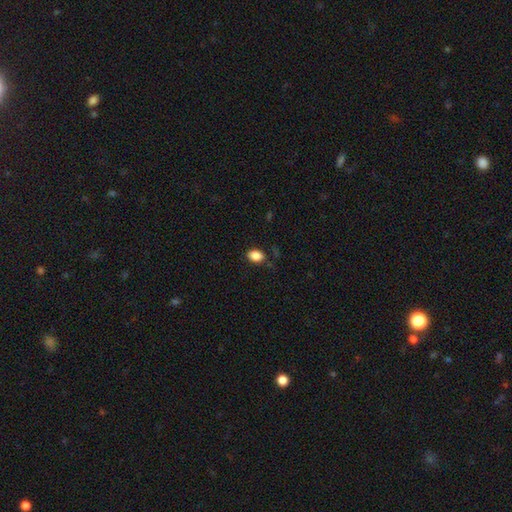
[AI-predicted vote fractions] smooth_or_featured: smooth (p=0.87) [alt: star or artifact p=0.09]
how_rounded: in between (p=0.79) [alt: round p=0.20]
merging: none (p=0.78) [alt: minor disturbance p=0.16]